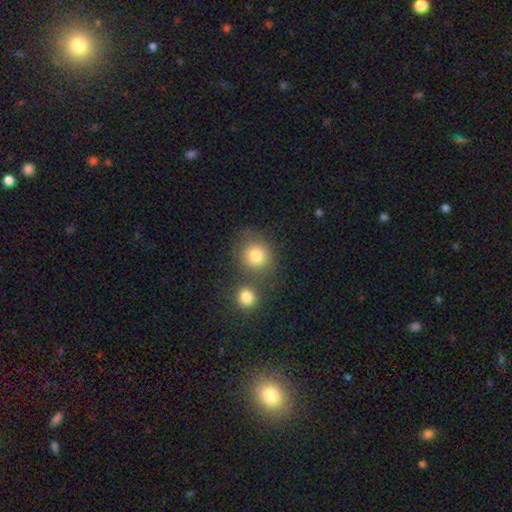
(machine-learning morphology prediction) This is likely a smooth galaxy (79%). How rounded: clearly round (83%). Merging: possibly none (59%).